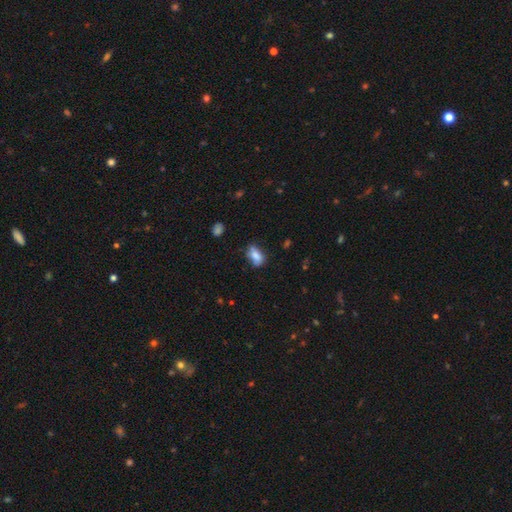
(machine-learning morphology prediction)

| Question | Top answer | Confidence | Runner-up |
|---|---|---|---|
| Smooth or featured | smooth | 78% | featured or disk (13%) |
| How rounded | in between | 86% | round (8%) |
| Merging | none | 55% | minor disturbance (31%) |